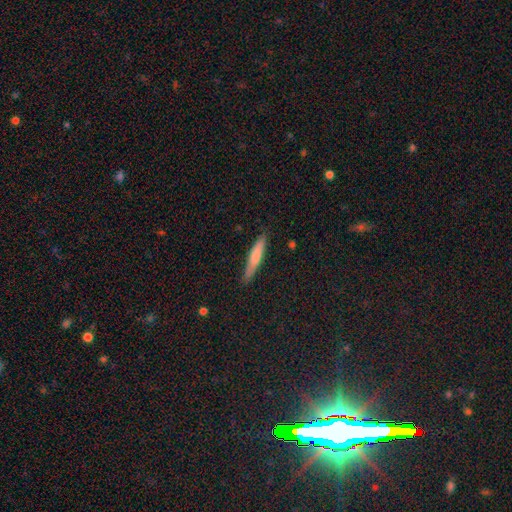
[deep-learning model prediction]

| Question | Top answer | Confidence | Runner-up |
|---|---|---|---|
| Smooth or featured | smooth | 69% | featured or disk (25%) |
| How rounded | cigar-shaped | 90% | in between (8%) |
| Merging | none | 86% | minor disturbance (11%) |